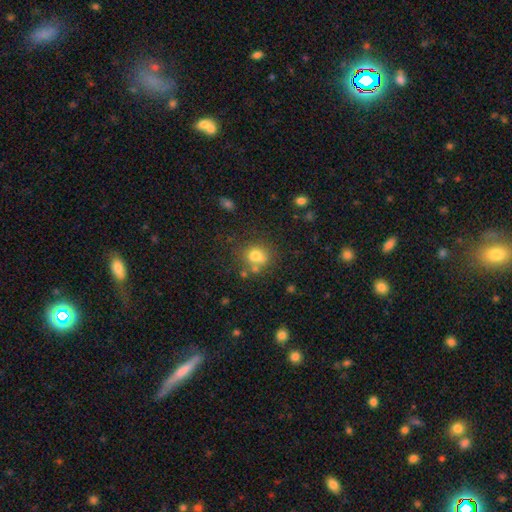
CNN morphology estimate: Smooth or featured: smooth — 74% (star or artifact — 14%)
How rounded: round — 74% (in between — 25%)
Merging: none — 59% (merger — 19%)